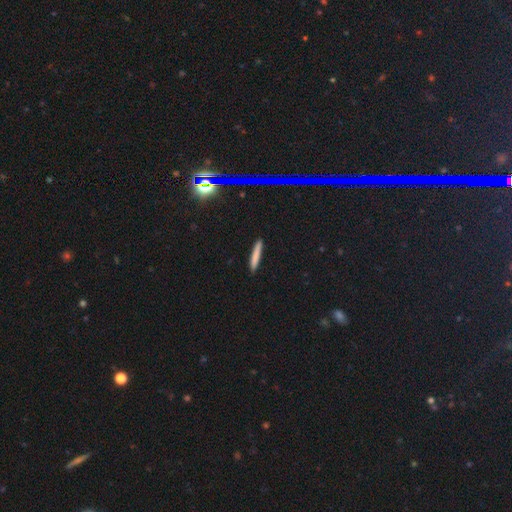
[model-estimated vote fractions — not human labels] Overall: smooth (77%). How rounded: cigar-shaped (95%). Merging: none (91%).